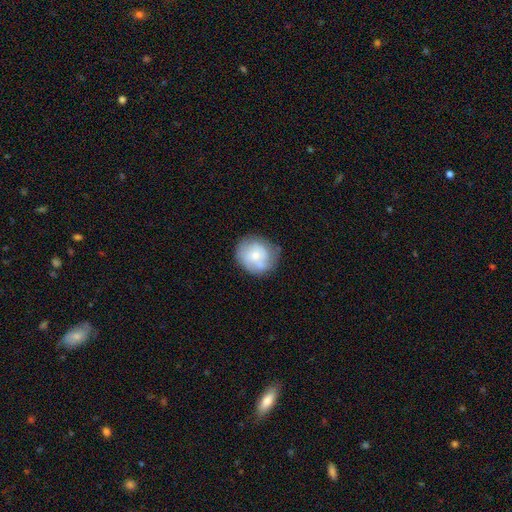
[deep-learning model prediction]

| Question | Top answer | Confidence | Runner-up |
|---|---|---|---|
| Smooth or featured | smooth | 55% | featured or disk (38%) |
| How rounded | round | 83% | in between (16%) |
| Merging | none | 65% | minor disturbance (24%) |